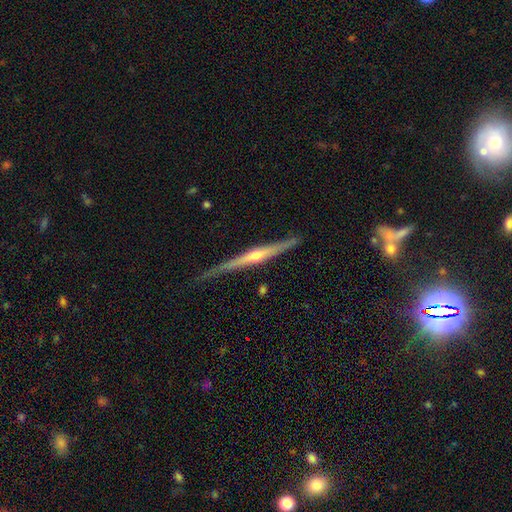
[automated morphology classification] smooth_or_featured: featured or disk (p=0.80) [alt: smooth p=0.15]
disk_edge_on: yes (p=0.98) [alt: no p=0.02]
edge_on_bulge: rounded (p=0.81) [alt: none p=0.14]
merging: none (p=0.79) [alt: minor disturbance p=0.17]